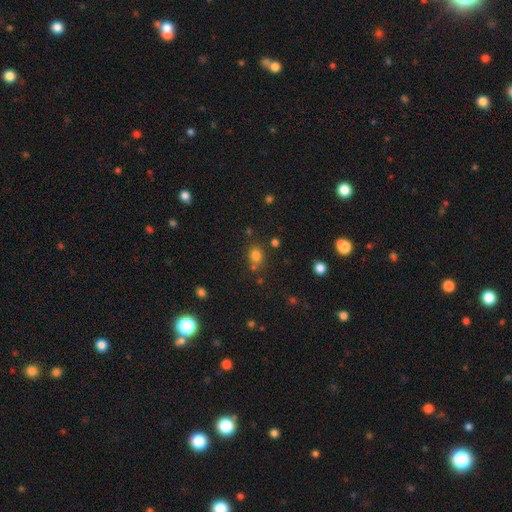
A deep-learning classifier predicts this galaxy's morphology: type=smooth (77%); roundness=round (66%); merging=none (70%).